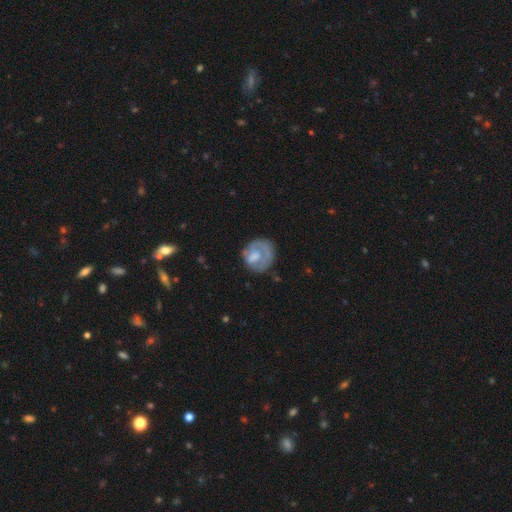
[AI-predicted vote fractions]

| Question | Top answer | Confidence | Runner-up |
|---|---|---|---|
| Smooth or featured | featured or disk | 47% | tied: smooth (47%) |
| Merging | none | 56% | minor disturbance (23%) |